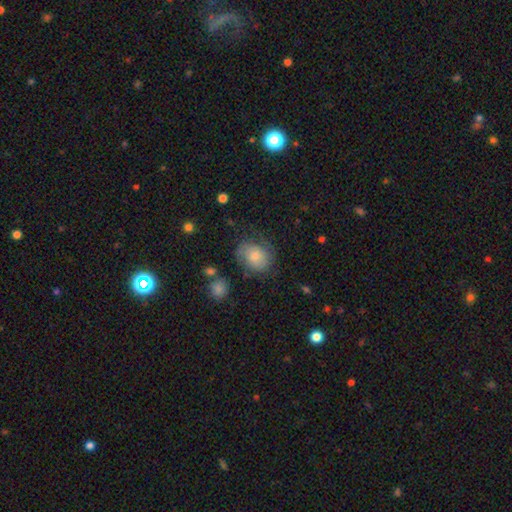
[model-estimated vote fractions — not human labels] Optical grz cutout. It shows a featured or disk galaxy (45%). Merging: none (64%).